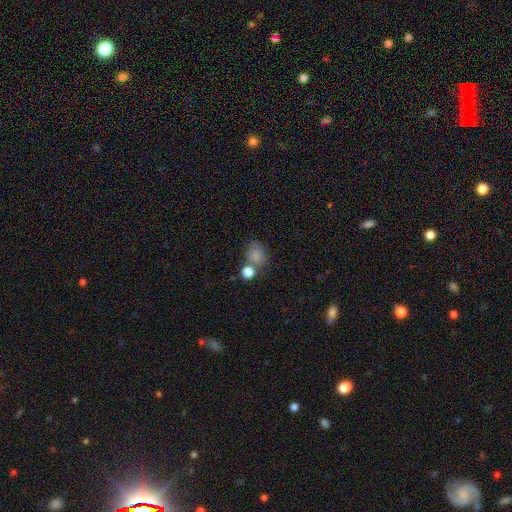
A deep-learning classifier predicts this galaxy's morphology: smooth_or_featured: smooth (p=0.78) [alt: star or artifact p=0.13]
how_rounded: round (p=0.51) [alt: in between p=0.48]
merging: none (p=0.53) [alt: merger p=0.23]